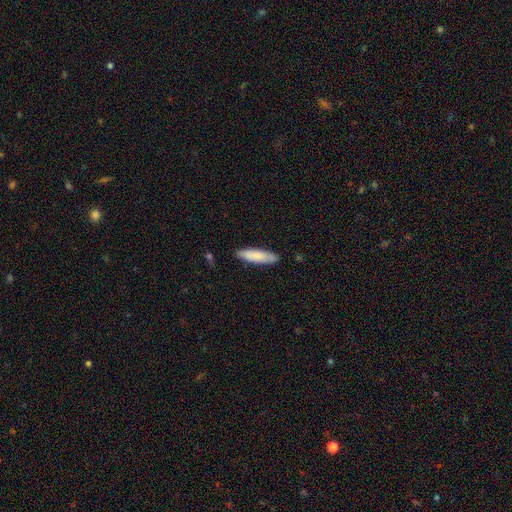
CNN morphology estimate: Smooth or featured?
  - smooth: 83% *
  - featured or disk: 11%
  - star or artifact: 5%
How rounded?
  - cigar-shaped: 66% *
  - in between: 33%
  - round: 1%
Merging?
  - none: 87% *
  - minor disturbance: 10%
  - major disturbance: 2%
  - merger: 1%